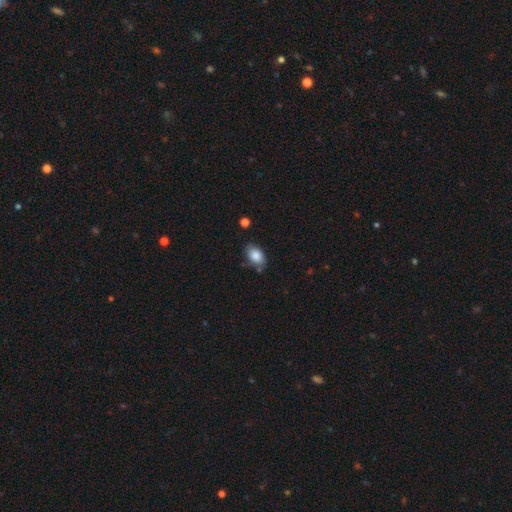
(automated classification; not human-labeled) Smooth or featured: smooth — 84% (featured or disk — 8%)
How rounded: in between — 88% (round — 10%)
Merging: none — 73% (minor disturbance — 19%)